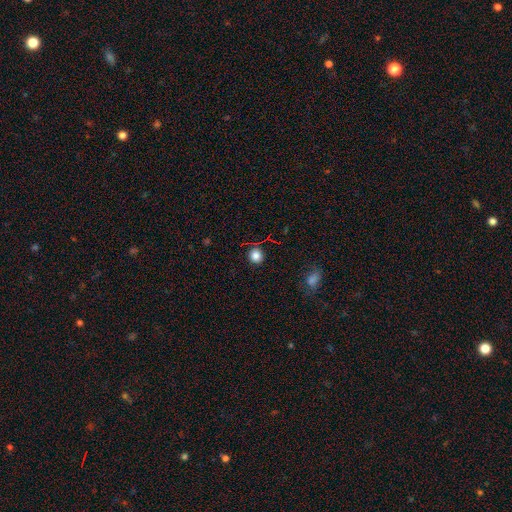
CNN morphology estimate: smooth_or_featured: smooth (p=0.81) [alt: star or artifact p=0.13]
how_rounded: round (p=0.89) [alt: in between p=0.10]
merging: none (p=0.87) [alt: minor disturbance p=0.09]